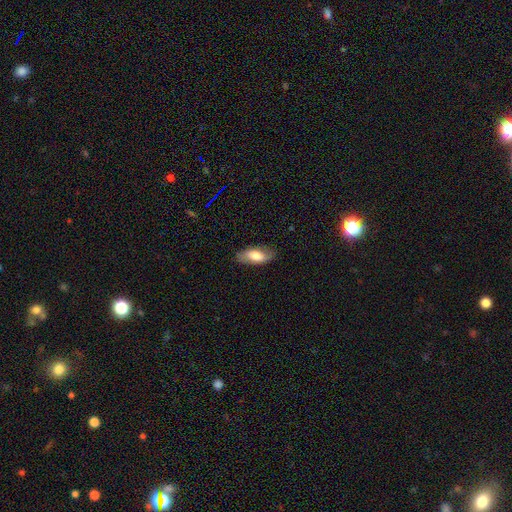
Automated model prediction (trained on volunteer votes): Overall: smooth (70%). How rounded: in between (85%). Merging: none (81%).